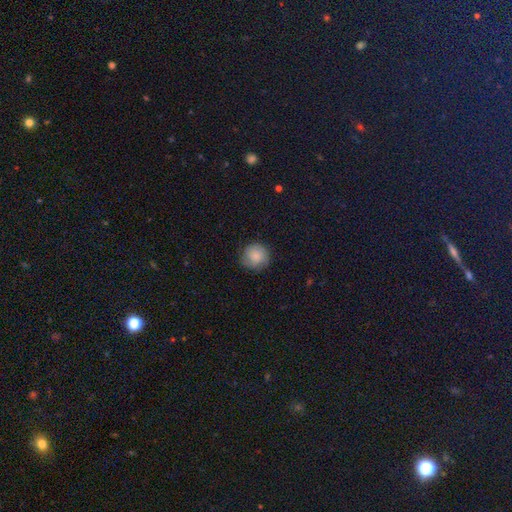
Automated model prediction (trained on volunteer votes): Overall: smooth (79%). How rounded: round (91%). Merging: none (77%).